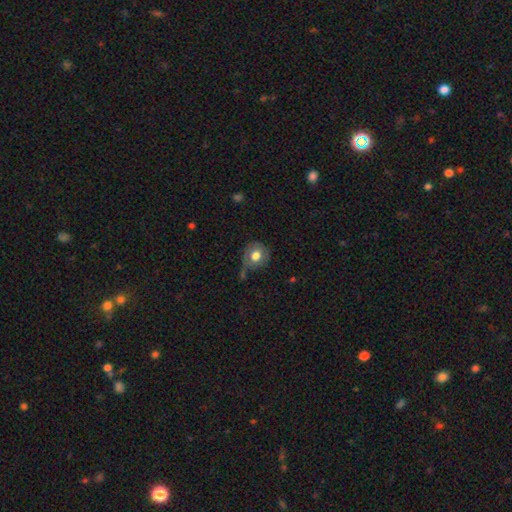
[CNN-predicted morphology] Smooth or featured?
  - smooth: 69% *
  - featured or disk: 23%
  - star or artifact: 8%
How rounded?
  - round: 80% *
  - in between: 19%
  - cigar-shaped: 1%
Merging?
  - none: 51% *
  - minor disturbance: 26%
  - major disturbance: 15%
  - merger: 7%